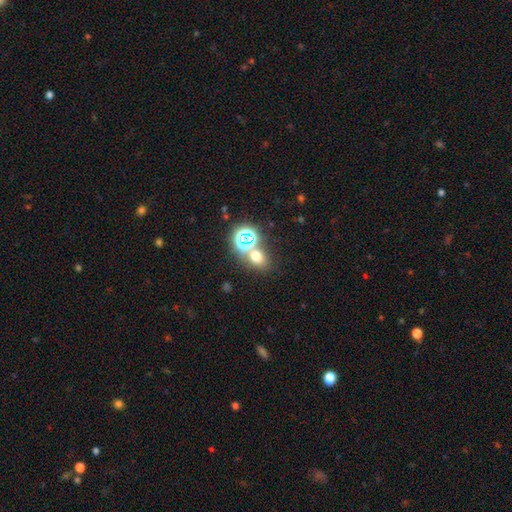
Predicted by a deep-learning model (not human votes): smooth_or_featured: smooth (p=0.61) [alt: star or artifact p=0.30]
how_rounded: round (p=0.57) [alt: in between p=0.42]
merging: none (p=0.60) [alt: merger p=0.27]